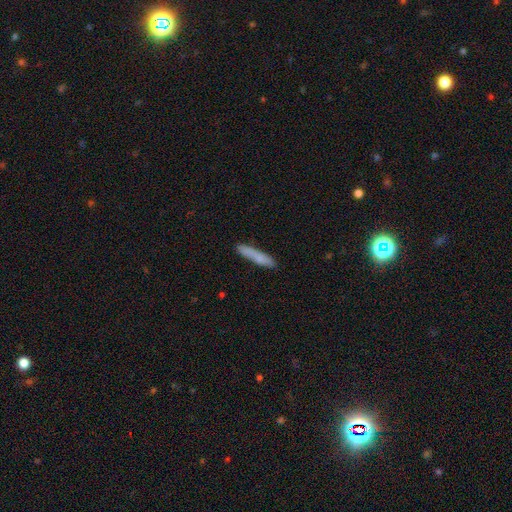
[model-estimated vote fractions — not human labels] Smooth or featured? Predicted: smooth (p=0.77). How rounded? Predicted: cigar-shaped (p=0.92). Merging? Predicted: none (p=0.86).